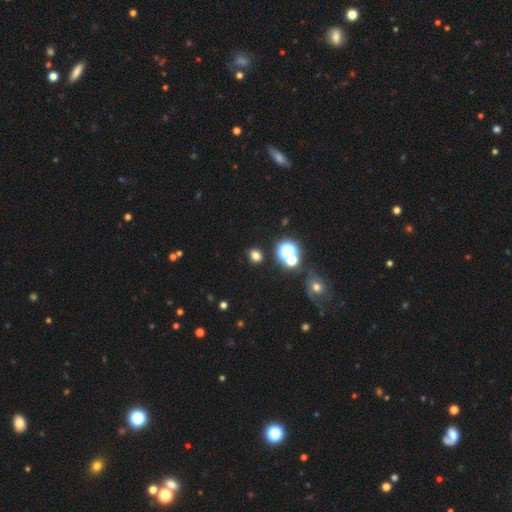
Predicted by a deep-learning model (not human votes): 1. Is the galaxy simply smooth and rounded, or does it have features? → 70% smooth, 24% star or artifact, 6% featured or disk.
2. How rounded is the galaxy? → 67% round, 32% in between, 1% cigar-shaped.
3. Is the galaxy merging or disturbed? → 85% none, 8% minor disturbance, 4% merger, 3% major disturbance.